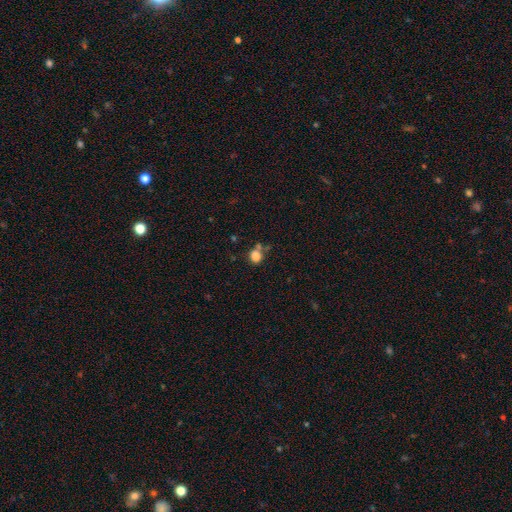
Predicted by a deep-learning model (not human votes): Smooth or featured?
  - smooth: 81% *
  - star or artifact: 12%
  - featured or disk: 7%
How rounded?
  - round: 70% *
  - in between: 28%
  - cigar-shaped: 1%
Merging?
  - none: 56% *
  - merger: 20%
  - minor disturbance: 17%
  - major disturbance: 7%